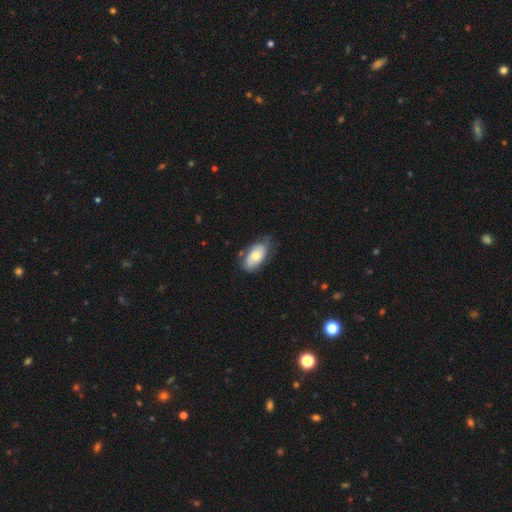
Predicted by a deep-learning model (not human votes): Smooth or featured? Predicted: smooth (p=0.62). How rounded? Predicted: in between (p=0.92). Merging? Predicted: none (p=0.63).